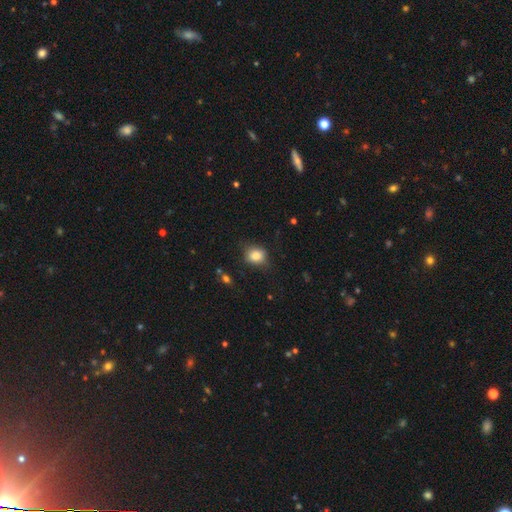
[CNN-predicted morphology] A smooth galaxy with no disk features (81%) that is round (63%).

Vote fractions:
- Smooth or featured? smooth: 81% / star or artifact: 10% / featured or disk: 9%
- How rounded? round: 63% / in between: 36% / cigar-shaped: 1%
- Merging? none: 70% / minor disturbance: 22% / major disturbance: 6% / merger: 2%